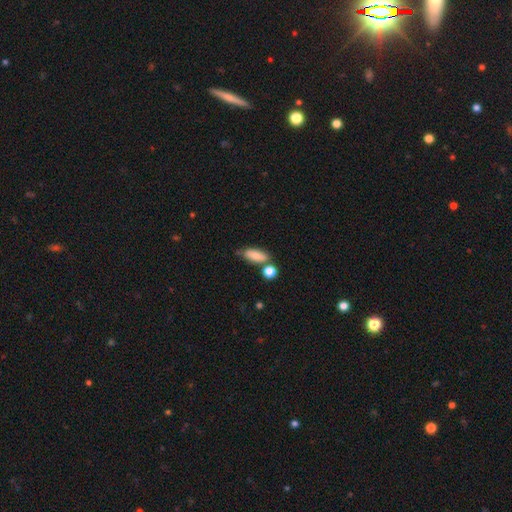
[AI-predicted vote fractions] smooth_or_featured: smooth (p=0.80) [alt: featured or disk p=0.12]
how_rounded: in between (p=0.73) [alt: cigar-shaped p=0.22]
merging: none (p=0.62) [alt: minor disturbance p=0.17]